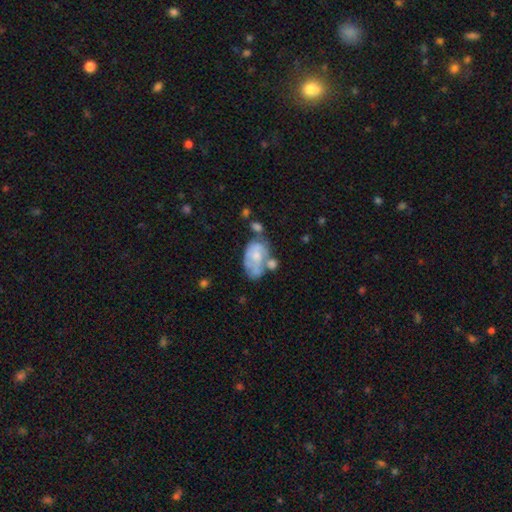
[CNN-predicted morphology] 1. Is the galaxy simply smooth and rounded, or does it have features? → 47% featured or disk, 45% smooth, 7% star or artifact.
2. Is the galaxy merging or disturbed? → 29% merger, 27% none, 24% minor disturbance, 19% major disturbance.